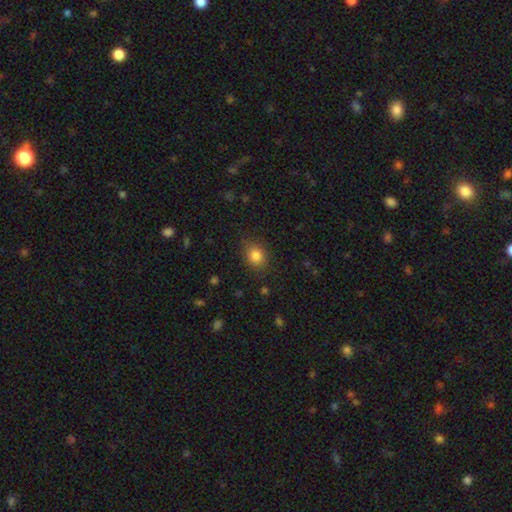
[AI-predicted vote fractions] smooth_or_featured: smooth (p=0.84) [alt: star or artifact p=0.10]
how_rounded: round (p=0.51) [alt: in between p=0.48]
merging: none (p=0.83) [alt: minor disturbance p=0.13]